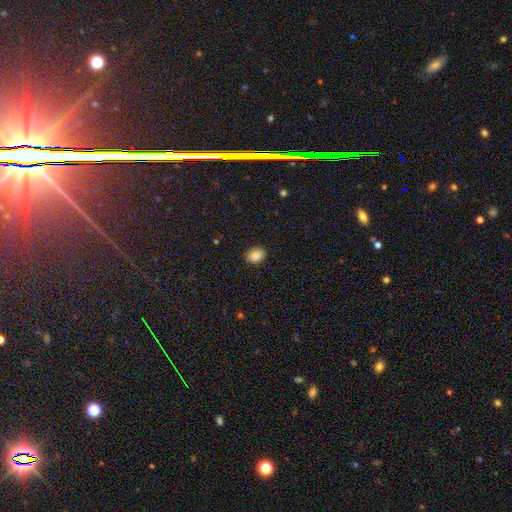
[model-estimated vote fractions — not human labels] Q: Smooth or featured?
A: smooth (89%); runner-up: star or artifact (8%)
Q: How rounded?
A: in between (72%); runner-up: round (27%)
Q: Merging?
A: none (87%); runner-up: minor disturbance (10%)